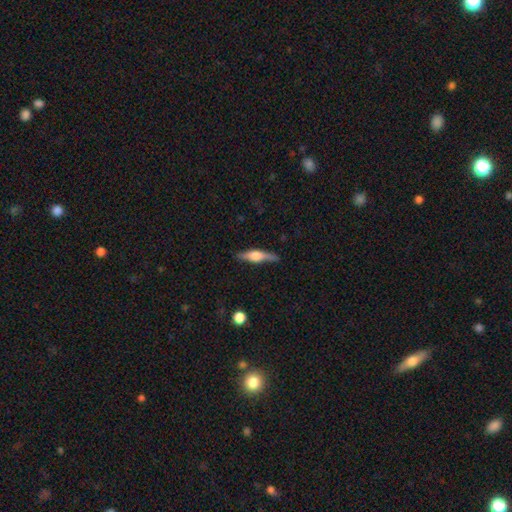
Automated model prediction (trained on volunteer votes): Morphology: type=featured or disk (64%); edge-on=yes (96%); edge-on bulge=rounded (85%); merging=none (86%).